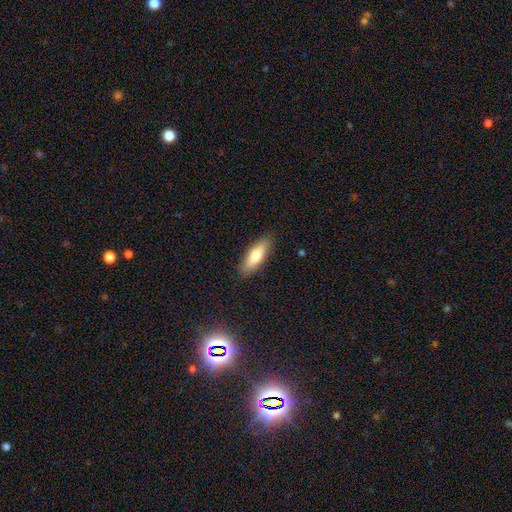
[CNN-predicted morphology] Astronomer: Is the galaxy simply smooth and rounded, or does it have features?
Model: smooth — 73%.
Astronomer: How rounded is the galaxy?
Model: in between — 55% (runner-up: cigar-shaped, 43%).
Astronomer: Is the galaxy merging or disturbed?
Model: none — 87%.